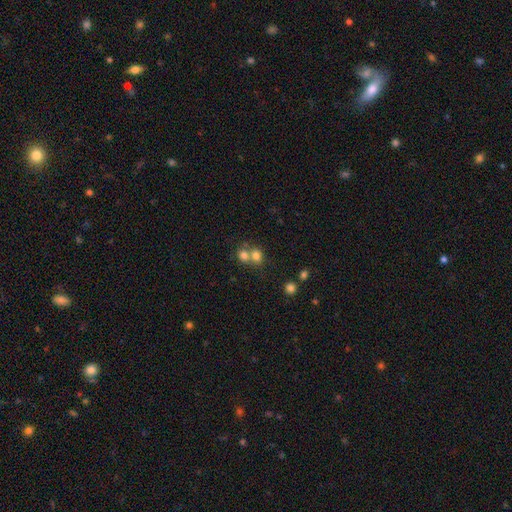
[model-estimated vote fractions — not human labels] smooth_or_featured: smooth (p=0.76) [alt: star or artifact p=0.13]
how_rounded: round (p=0.71) [alt: in between p=0.28]
merging: merger (p=0.58) [alt: none p=0.34]